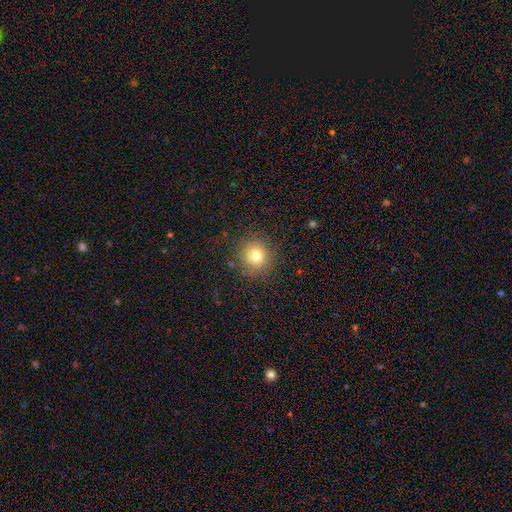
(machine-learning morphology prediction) smooth_or_featured: smooth (p=0.76) [alt: star or artifact p=0.15]
how_rounded: round (p=0.93) [alt: in between p=0.06]
merging: none (p=0.87) [alt: minor disturbance p=0.08]